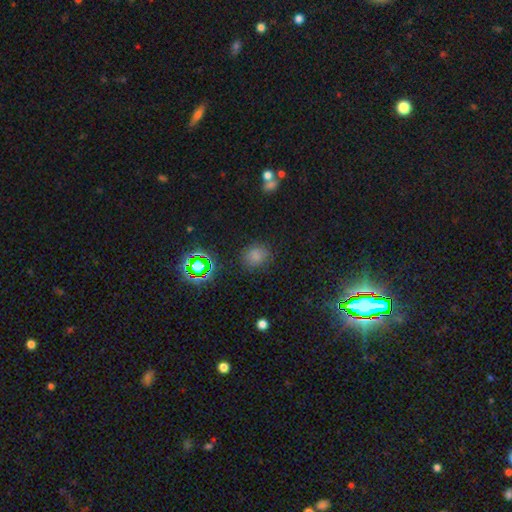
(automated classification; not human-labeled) smooth 71%, star or artifact 22%, featured or disk 6%. Down the decision tree: how rounded — round (72%); merging — none (81%).